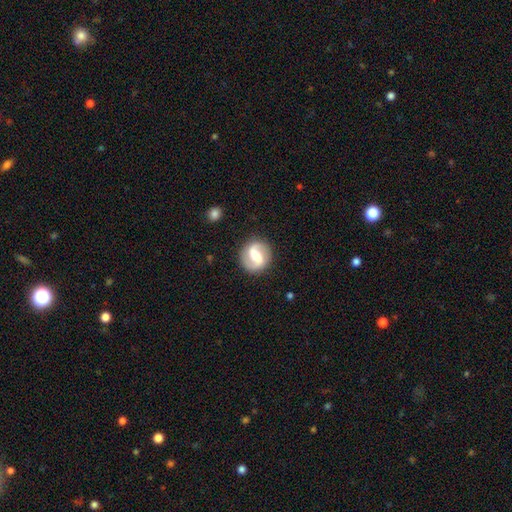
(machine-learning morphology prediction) Smooth or featured?
  - featured or disk: 70% *
  - smooth: 24%
  - star or artifact: 6%
Edge-on disk?
  - no: 97% *
  - yes: 3%
Bar?
  - strong: 53% *
  - weak: 36%
  - no: 11%
Spiral arms?
  - yes: 86% *
  - no: 14%
Spiral winding?
  - medium: 42% *
  - loose: 38%
  - tight: 20%
Spiral arm count?
  - 2: 89% *
  - 1: 4%
  - can't tell: 4%
  - 3: 1%
  - 4: 1%
  - more than 4: 1%
Bulge size?
  - moderate: 43% *
  - large: 23%
  - small: 21%
  - none: 9%
  - dominant: 4%
Merging?
  - none: 84% *
  - minor disturbance: 10%
  - major disturbance: 4%
  - merger: 1%